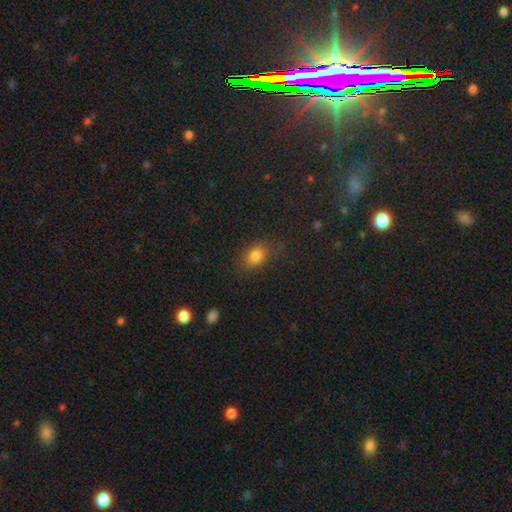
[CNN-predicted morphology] The model was most divided on "how rounded": in between: 69%, round: 28%, cigar-shaped: 2%. More confident: smooth or featured — smooth (80%); merging — none (75%).